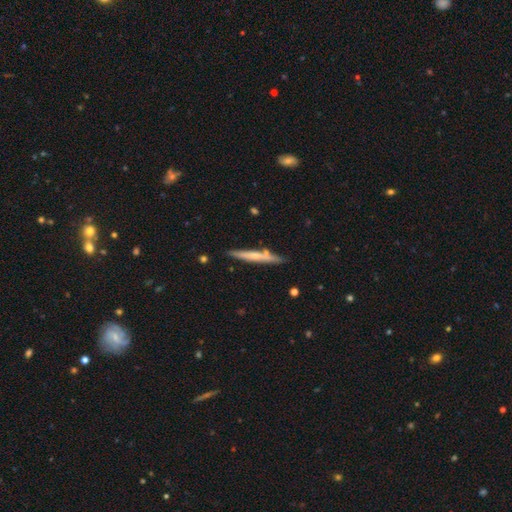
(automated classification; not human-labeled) smooth-or-featured: featured or disk: 49% | smooth: 45% | star or artifact: 6%
  merging: none: 79% | minor disturbance: 14% | merger: 5% | major disturbance: 2%